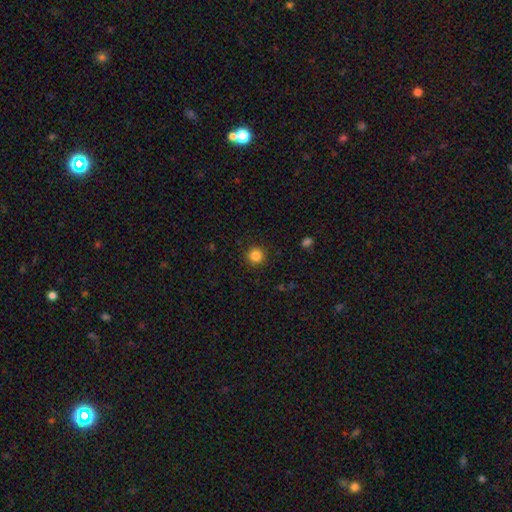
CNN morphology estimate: Smooth or featured: smooth — 85% (star or artifact — 11%)
How rounded: round — 95% (in between — 4%)
Merging: none — 91% (minor disturbance — 5%)